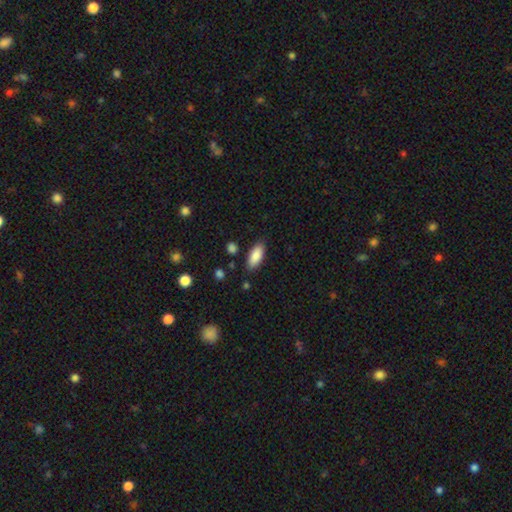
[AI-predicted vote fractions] This appears to be a smooth galaxy with no disk features (87%) that is in between round and cigar-shaped (82%). Merging: none (84%).